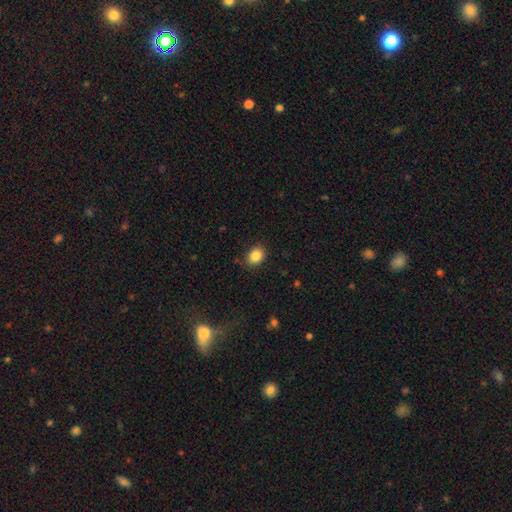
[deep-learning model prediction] smooth 86%, star or artifact 10%, featured or disk 5%. Down the decision tree: how rounded — in between (51%); merging — none (86%).